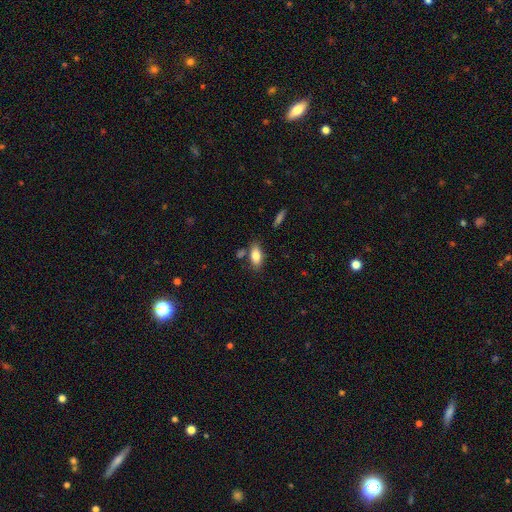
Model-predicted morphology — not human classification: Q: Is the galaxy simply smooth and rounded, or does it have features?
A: smooth — 82%.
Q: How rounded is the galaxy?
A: in between — 88%.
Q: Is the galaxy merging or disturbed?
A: none — 75%.